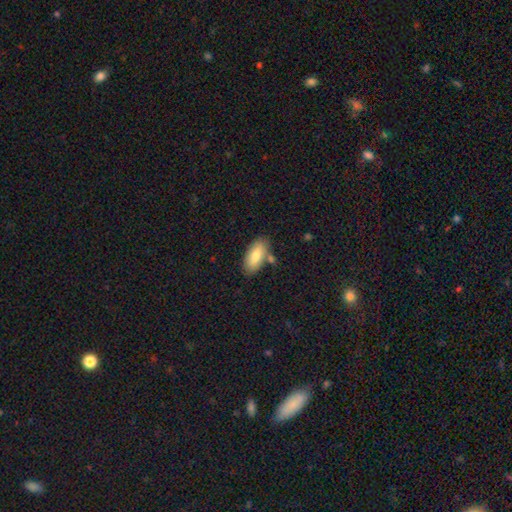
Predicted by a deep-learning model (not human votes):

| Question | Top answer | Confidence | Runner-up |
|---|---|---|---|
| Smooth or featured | smooth | 78% | featured or disk (15%) |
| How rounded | in between | 88% | cigar-shaped (10%) |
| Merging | none | 73% | minor disturbance (14%) |